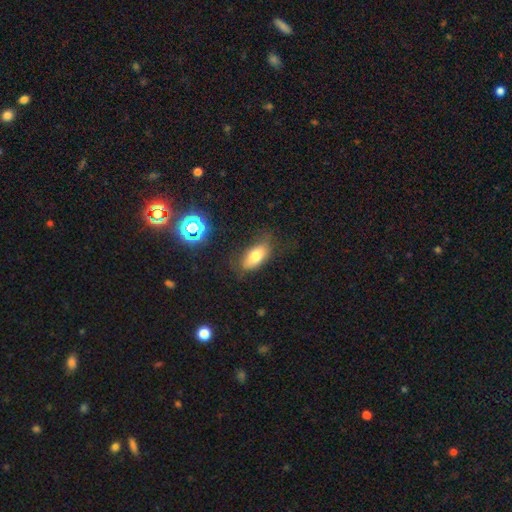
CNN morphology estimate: Smooth or featured?
  - smooth: 74% *
  - featured or disk: 15%
  - star or artifact: 11%
How rounded?
  - in between: 88% *
  - cigar-shaped: 7%
  - round: 4%
Merging?
  - none: 70% *
  - minor disturbance: 21%
  - major disturbance: 8%
  - merger: 2%